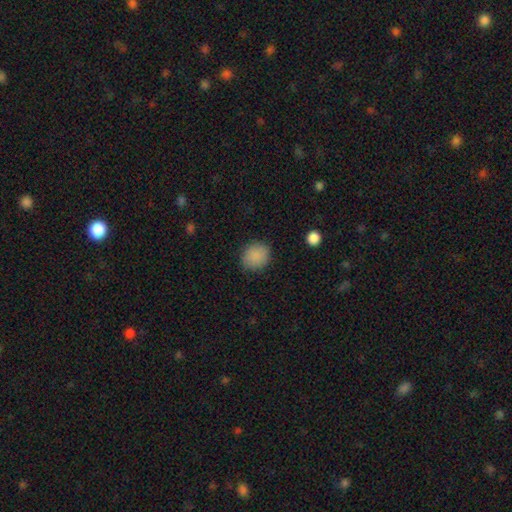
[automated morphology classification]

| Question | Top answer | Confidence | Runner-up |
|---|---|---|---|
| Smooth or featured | smooth | 87% | star or artifact (9%) |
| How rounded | round | 75% | in between (24%) |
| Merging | none | 86% | minor disturbance (10%) |